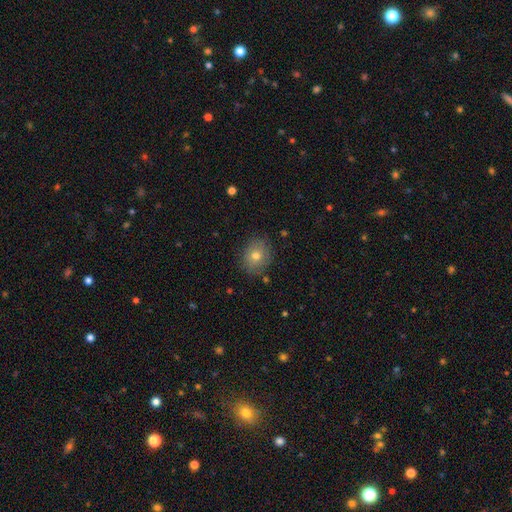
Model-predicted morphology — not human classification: A smooth galaxy with no disk features (73%) that is round (69%).

Vote fractions:
- Smooth or featured? smooth: 73% / featured or disk: 16% / star or artifact: 11%
- How rounded? round: 69% / in between: 30% / cigar-shaped: 1%
- Merging? none: 82% / minor disturbance: 13% / major disturbance: 3% / merger: 2%